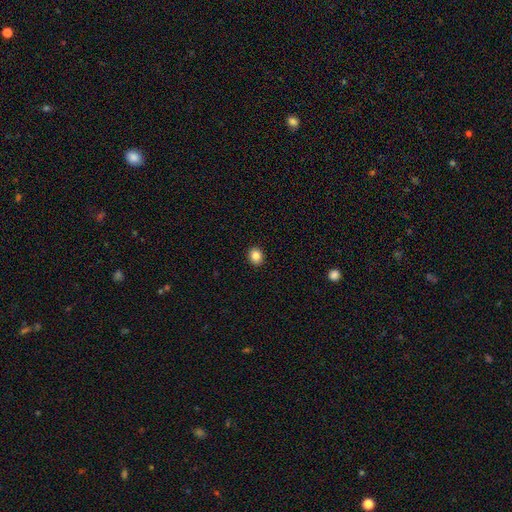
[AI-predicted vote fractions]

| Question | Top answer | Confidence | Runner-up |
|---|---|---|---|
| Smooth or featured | smooth | 85% | star or artifact (10%) |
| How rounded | round | 67% | in between (32%) |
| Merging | none | 92% | minor disturbance (5%) |